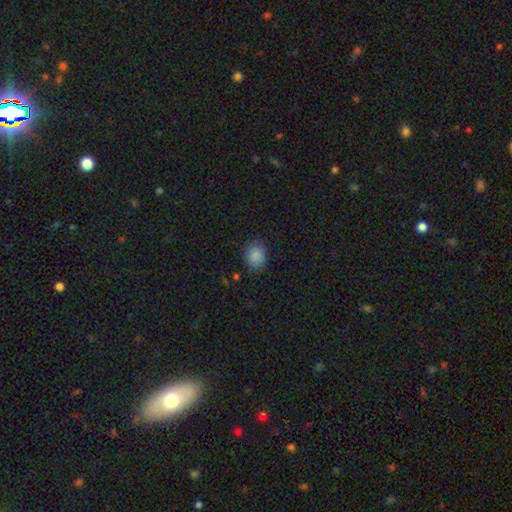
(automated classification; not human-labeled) The model was most divided on "how rounded": round: 56%, in between: 43%, cigar-shaped: 1%. More confident: smooth or featured — smooth (87%); merging — none (83%).